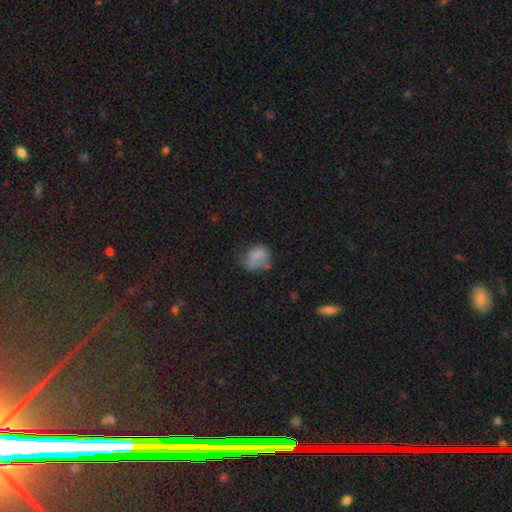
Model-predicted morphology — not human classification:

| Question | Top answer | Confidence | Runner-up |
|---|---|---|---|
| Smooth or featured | smooth | 65% | featured or disk (23%) |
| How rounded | round | 51% | in between (48%) |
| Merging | none | 38% | minor disturbance (30%) |